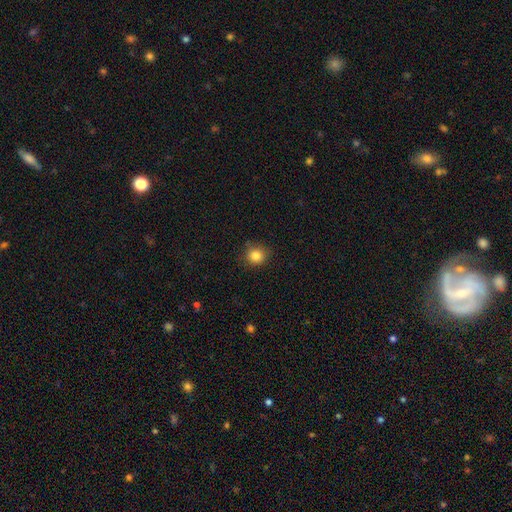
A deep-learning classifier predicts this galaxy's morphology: A smooth galaxy with no disk features (84%) that is round (86%). Merging: none (84%).